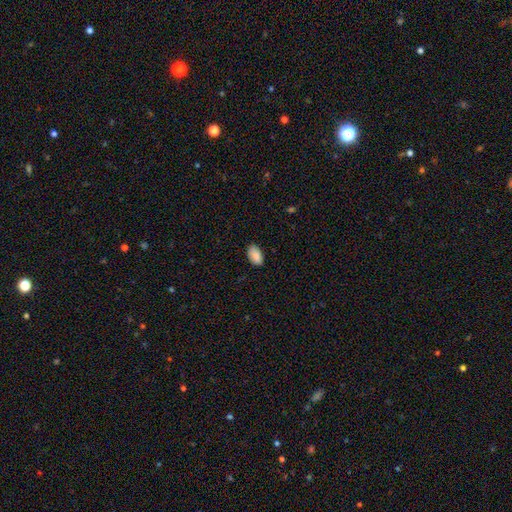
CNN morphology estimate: The model was most divided on "merging": none: 83%, minor disturbance: 14%, major disturbance: 2%, merger: 1%. More confident: how rounded — in between (94%); smooth or featured — smooth (88%).